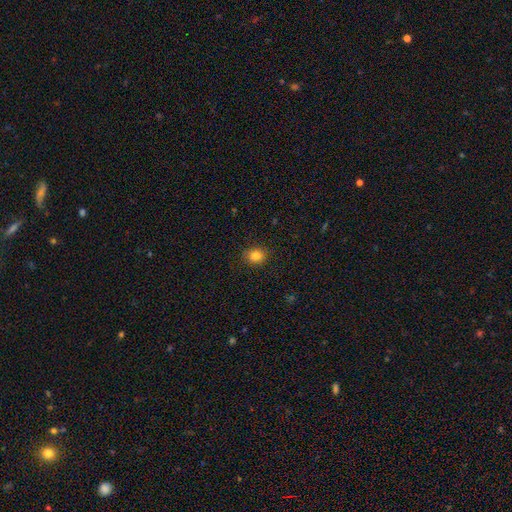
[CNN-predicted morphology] This appears to be a smooth galaxy with no disk features (83%) that is round (71%). Merging: none (90%).